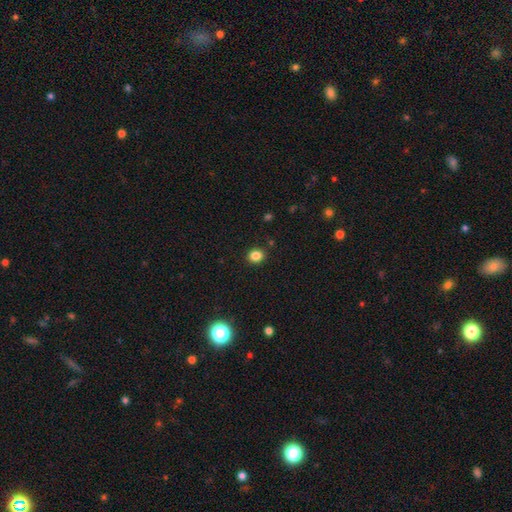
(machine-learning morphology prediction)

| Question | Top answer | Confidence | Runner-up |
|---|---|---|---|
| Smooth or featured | smooth | 84% | star or artifact (12%) |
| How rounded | round | 75% | in between (25%) |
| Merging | none | 90% | minor disturbance (7%) |